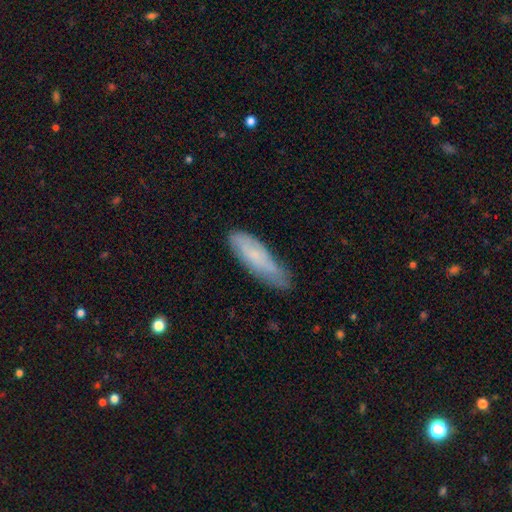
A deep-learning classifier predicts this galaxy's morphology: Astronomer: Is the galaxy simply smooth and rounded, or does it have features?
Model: smooth — 64%.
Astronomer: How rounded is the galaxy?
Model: cigar-shaped — 55% (runner-up: in between, 43%).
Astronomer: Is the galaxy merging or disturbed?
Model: none — 60%.